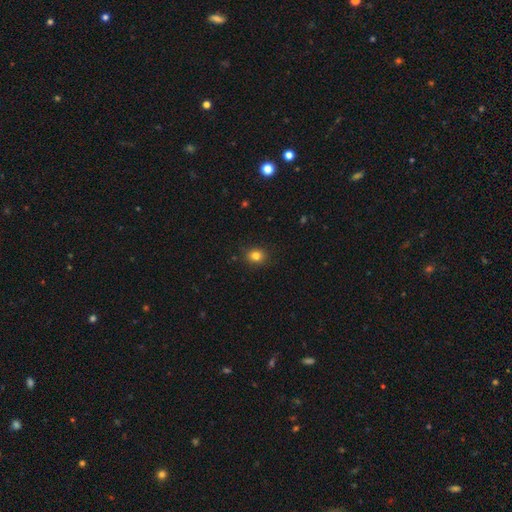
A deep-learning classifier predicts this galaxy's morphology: A smooth galaxy with no disk features (82%) that is round (66%). Merging: none (89%).